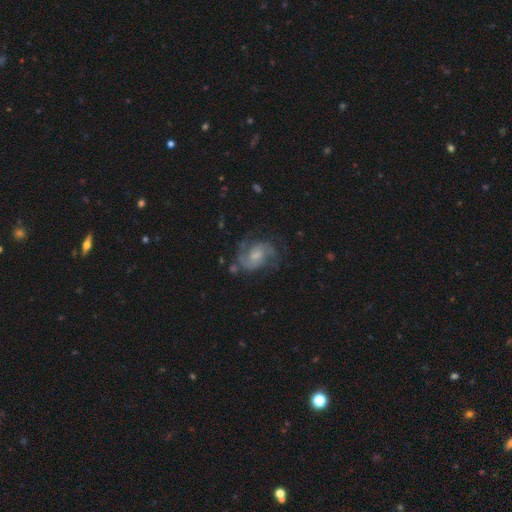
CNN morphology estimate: Smooth or featured?
  - featured or disk: 74% *
  - smooth: 18%
  - star or artifact: 8%
Edge-on disk?
  - no: 97% *
  - yes: 3%
Bar?
  - no: 53% *
  - weak: 40%
  - strong: 7%
Spiral arms?
  - yes: 91% *
  - no: 9%
Spiral winding?
  - medium: 50% *
  - tight: 28%
  - loose: 23%
Spiral arm count?
  - 2: 71% *
  - can't tell: 15%
  - 3: 6%
  - 1: 5%
  - 4: 2%
  - more than 4: 2%
Bulge size?
  - small: 45% *
  - moderate: 37%
  - none: 11%
  - large: 6%
  - dominant: 1%
Merging?
  - none: 59% *
  - minor disturbance: 21%
  - major disturbance: 16%
  - merger: 3%